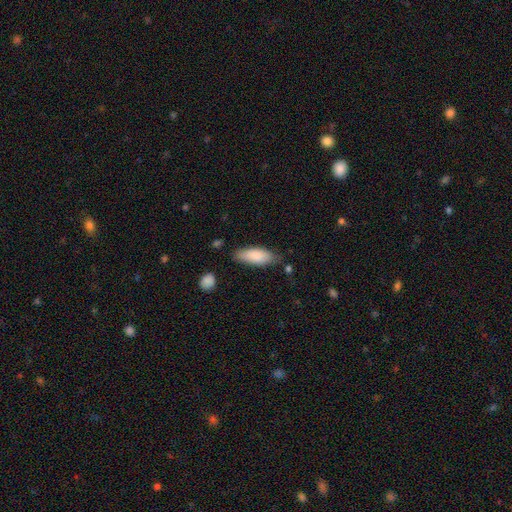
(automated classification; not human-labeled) A smooth galaxy with no disk features (85%) that is in between round and cigar-shaped (73%). Merging: none (73%).